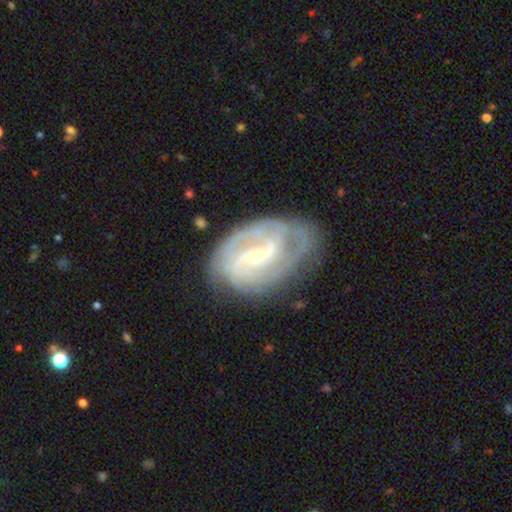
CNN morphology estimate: A featured or disk galaxy (84%) with a weak bar (45%), 2 (43%) tight (50%) spiral arms (91%) and a small central bulge (72%). Merging: none (62%).